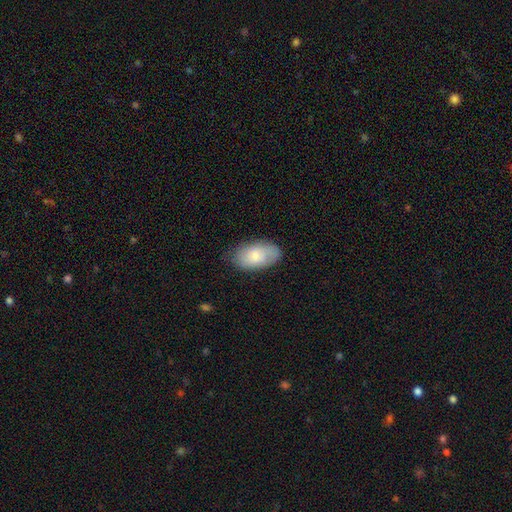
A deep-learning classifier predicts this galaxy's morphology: This appears to be a smooth galaxy with no disk features (75%) that is in between round and cigar-shaped (94%). Merging: none (76%).